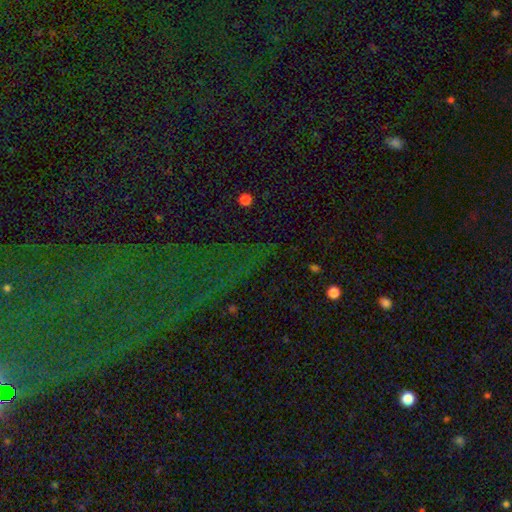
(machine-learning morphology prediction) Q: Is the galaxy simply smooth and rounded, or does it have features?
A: star or artifact — 75%.